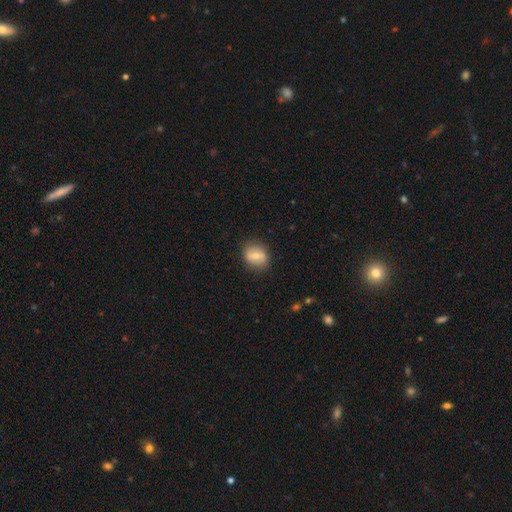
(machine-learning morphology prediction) Smooth or featured? smooth (59%)
How rounded? round (54%)
Merging? none (84%)